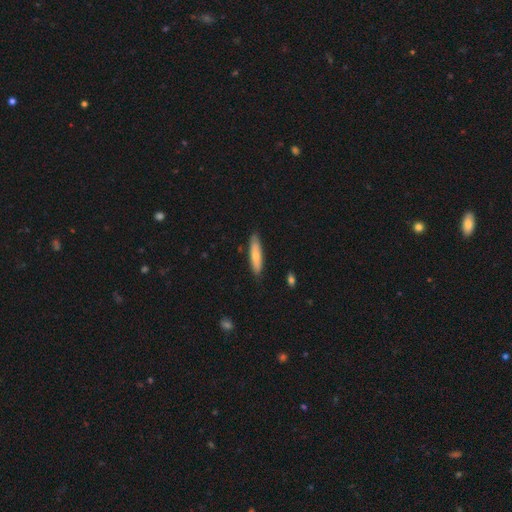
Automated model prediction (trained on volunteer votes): The model was most divided on "smooth or featured": smooth: 71%, featured or disk: 24%, star or artifact: 5%. More confident: merging — none (84%); how rounded — cigar-shaped (77%).